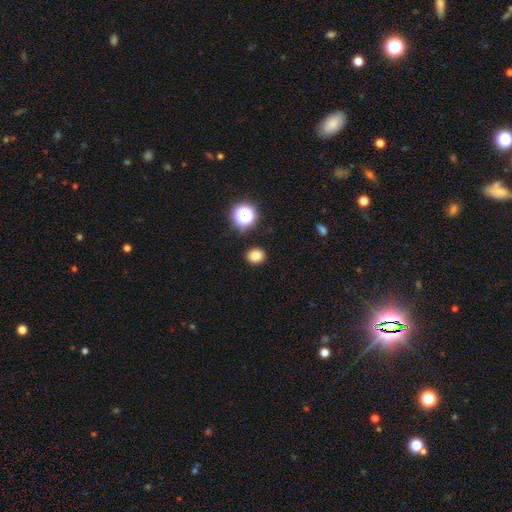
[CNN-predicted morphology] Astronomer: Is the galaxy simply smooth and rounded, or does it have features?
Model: smooth — 80%.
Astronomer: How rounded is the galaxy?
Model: round — 77%.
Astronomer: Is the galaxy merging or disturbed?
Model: none — 90%.